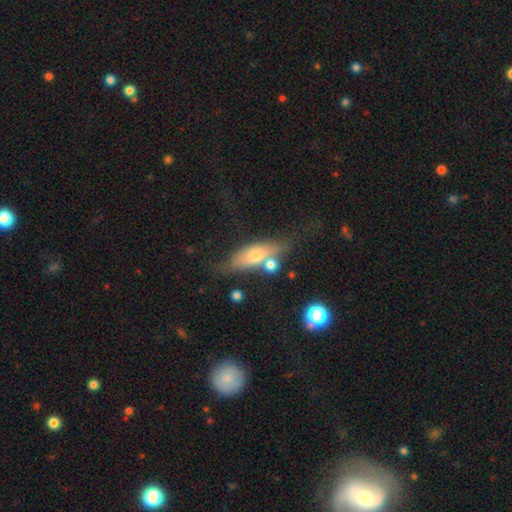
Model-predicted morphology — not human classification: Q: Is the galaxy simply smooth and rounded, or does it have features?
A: smooth — 48%.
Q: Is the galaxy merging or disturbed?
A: none — 53%.